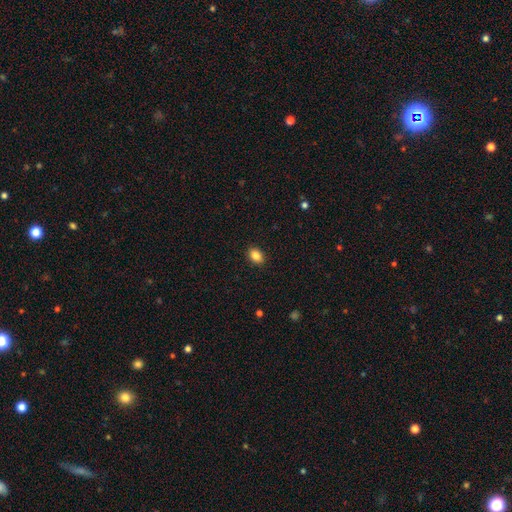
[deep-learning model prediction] smooth-or-featured: smooth: 86% | star or artifact: 9% | featured or disk: 5%
  how-rounded: in between: 80% | round: 19% | cigar-shaped: 1%
  merging: none: 90% | minor disturbance: 7% | major disturbance: 2% | merger: 1%